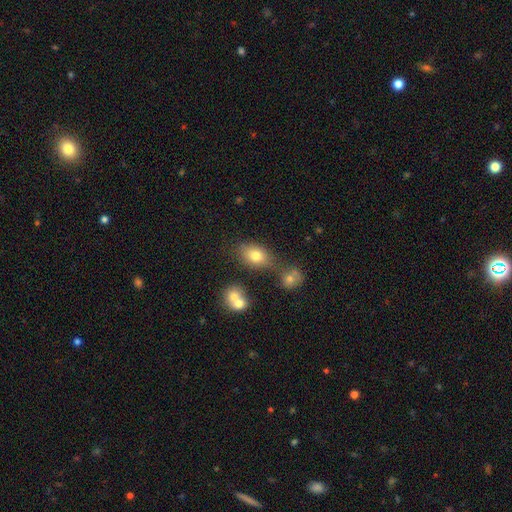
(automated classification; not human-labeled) Morphology: type=smooth (76%); roundness=in between (80%); merging=none (64%).